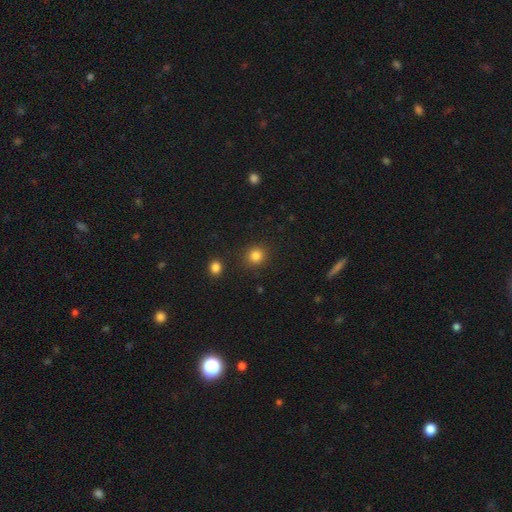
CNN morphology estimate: Q: Smooth or featured?
A: smooth (84%); runner-up: star or artifact (12%)
Q: How rounded?
A: round (89%); runner-up: in between (10%)
Q: Merging?
A: none (89%); runner-up: minor disturbance (6%)